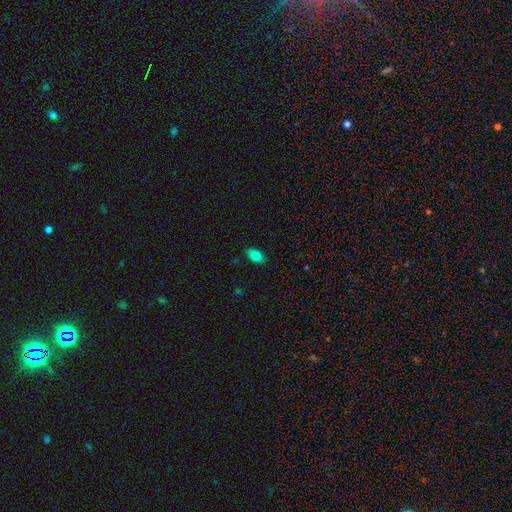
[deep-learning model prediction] This is clearly a smooth galaxy (83%). How rounded: clearly in between (91%). Merging: clearly none (85%).